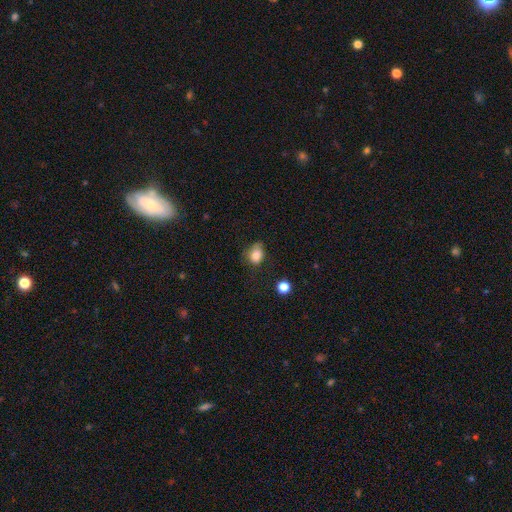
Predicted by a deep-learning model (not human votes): A smooth galaxy with no disk features (79%) that is in between round and cigar-shaped (58%). Merging: none (44%).